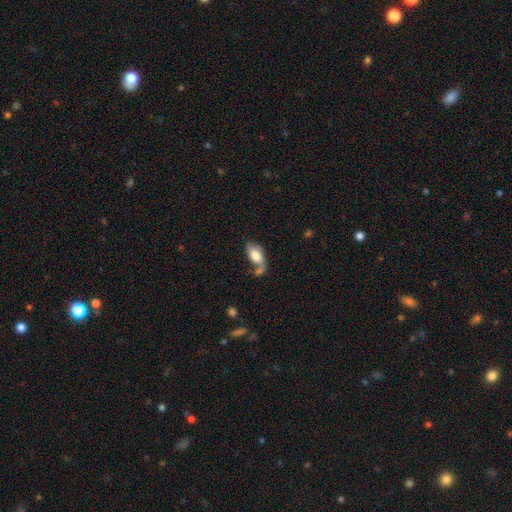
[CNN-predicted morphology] Q: Smooth or featured?
A: smooth (65%); runner-up: featured or disk (27%)
Q: How rounded?
A: in between (89%); runner-up: cigar-shaped (6%)
Q: Merging?
A: none (34%); runner-up: merger (29%)